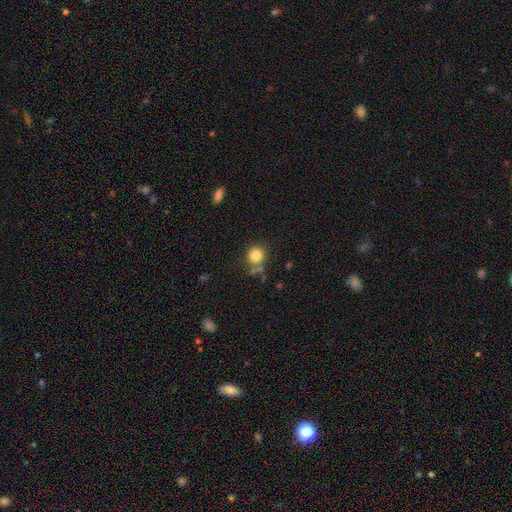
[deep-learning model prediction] Q: Smooth or featured?
A: smooth (83%); runner-up: star or artifact (11%)
Q: How rounded?
A: round (88%); runner-up: in between (11%)
Q: Merging?
A: none (74%); runner-up: minor disturbance (12%)